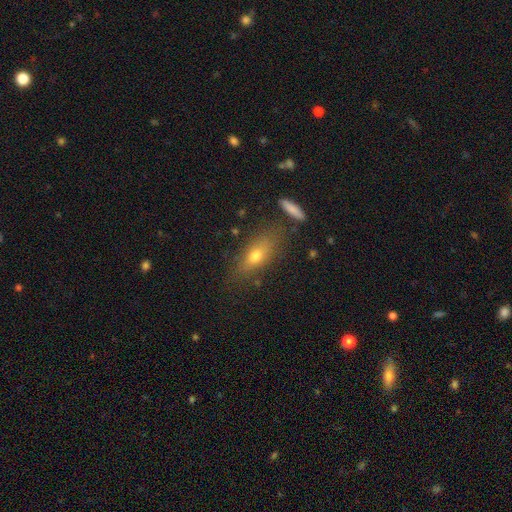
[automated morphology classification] This appears to be a smooth galaxy with no disk features (69%) that is in between round and cigar-shaped (64%). Merging: none (72%).